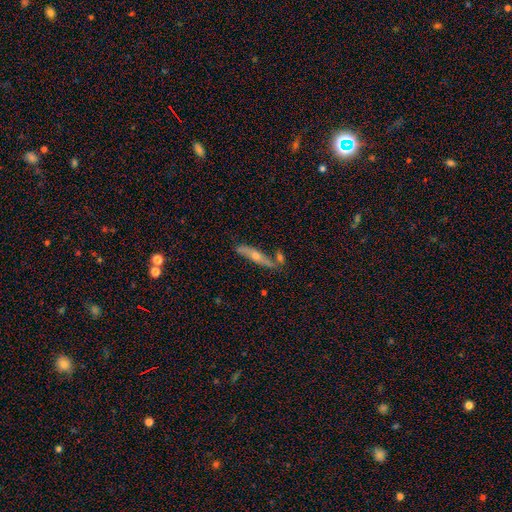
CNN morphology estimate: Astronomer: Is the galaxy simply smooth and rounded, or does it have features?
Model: featured or disk — 61%.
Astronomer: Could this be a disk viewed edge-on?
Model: yes — 84%.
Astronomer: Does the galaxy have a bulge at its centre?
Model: rounded — 88%.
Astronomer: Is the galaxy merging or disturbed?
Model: none — 70%.